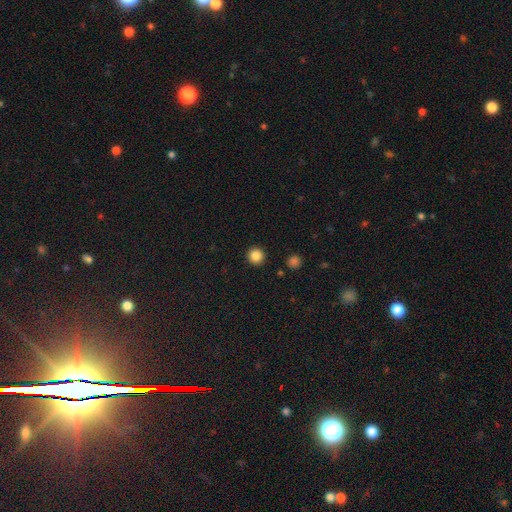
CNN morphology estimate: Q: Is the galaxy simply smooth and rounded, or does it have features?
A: smooth — 86%.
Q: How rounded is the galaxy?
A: round — 95%.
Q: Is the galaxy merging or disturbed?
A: none — 93%.